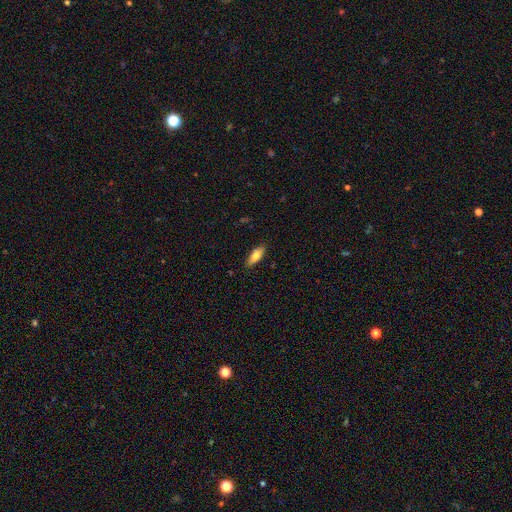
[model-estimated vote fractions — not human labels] Morphology: type=smooth (73%); roundness=in between (65%); merging=none (86%).